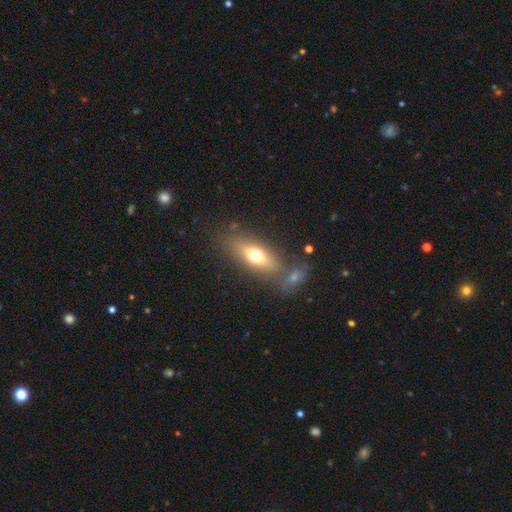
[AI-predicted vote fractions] This appears to be a smooth galaxy with no disk features (65%) that is in between round and cigar-shaped (70%). Merging: none (69%).